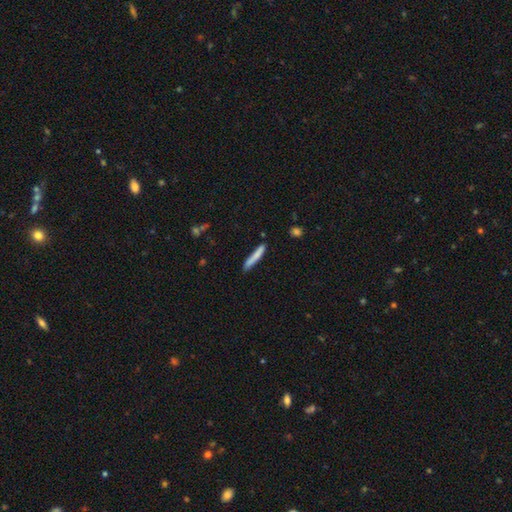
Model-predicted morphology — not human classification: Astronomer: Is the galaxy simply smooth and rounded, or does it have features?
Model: smooth — 78%.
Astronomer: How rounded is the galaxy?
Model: cigar-shaped — 94%.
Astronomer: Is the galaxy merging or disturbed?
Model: none — 82%.